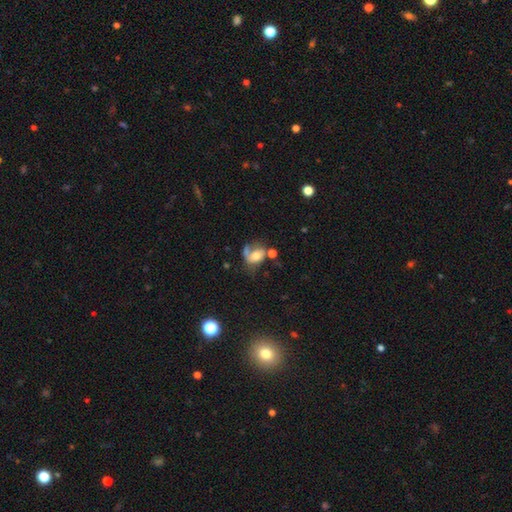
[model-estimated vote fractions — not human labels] Smooth or featured: featured or disk — 47% (smooth — 43%)
Merging: major disturbance — 31% (none — 29%)